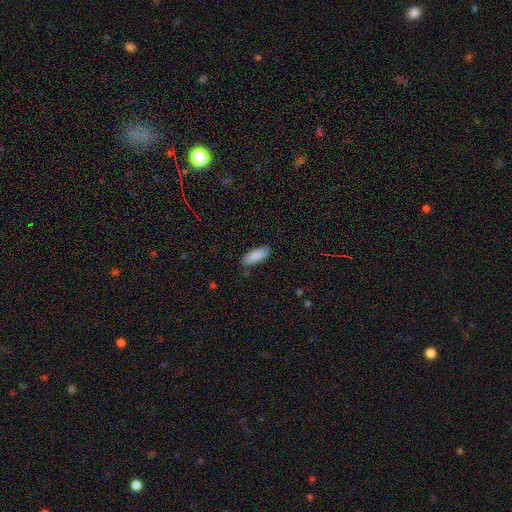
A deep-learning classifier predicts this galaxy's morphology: A smooth galaxy with no disk features (88%) that is in between round and cigar-shaped (78%).

Vote fractions:
- Smooth or featured? smooth: 88% / star or artifact: 6% / featured or disk: 6%
- How rounded? in between: 78% / cigar-shaped: 21% / round: 2%
- Merging? none: 82% / minor disturbance: 14% / major disturbance: 2% / merger: 1%